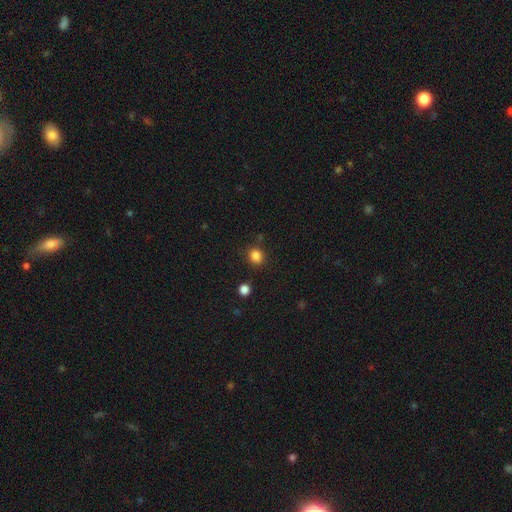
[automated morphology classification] This is clearly a smooth galaxy (84%). How rounded: likely round (75%). Merging: clearly none (82%).